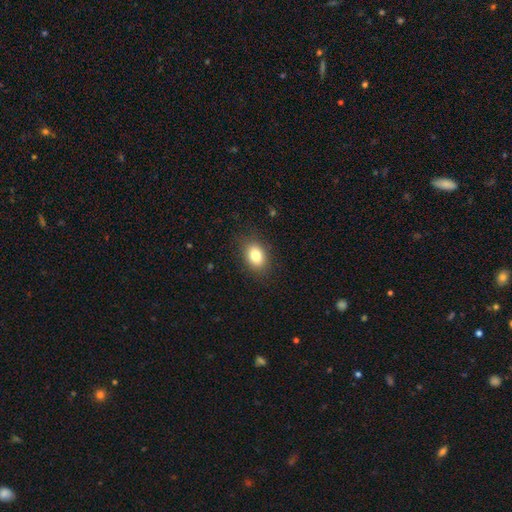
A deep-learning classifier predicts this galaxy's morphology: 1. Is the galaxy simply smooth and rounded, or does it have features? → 80% smooth, 10% featured or disk, 10% star or artifact.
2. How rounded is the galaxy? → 71% in between, 28% round, 1% cigar-shaped.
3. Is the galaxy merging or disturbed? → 85% none, 11% minor disturbance, 3% major disturbance, 1% merger.